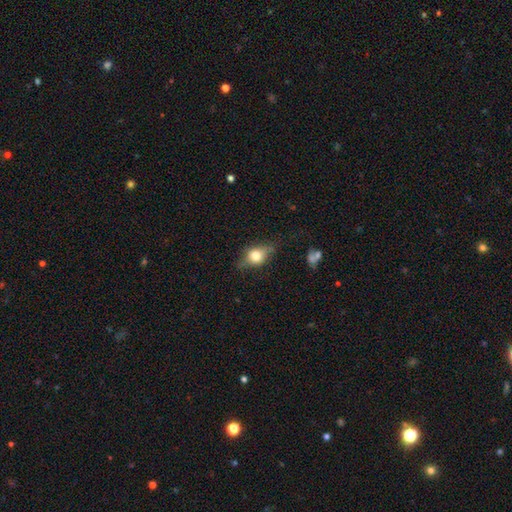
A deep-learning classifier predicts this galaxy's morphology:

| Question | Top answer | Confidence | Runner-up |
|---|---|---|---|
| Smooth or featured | smooth | 59% | featured or disk (31%) |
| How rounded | in between | 56% | round (39%) |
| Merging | none | 67% | minor disturbance (23%) |